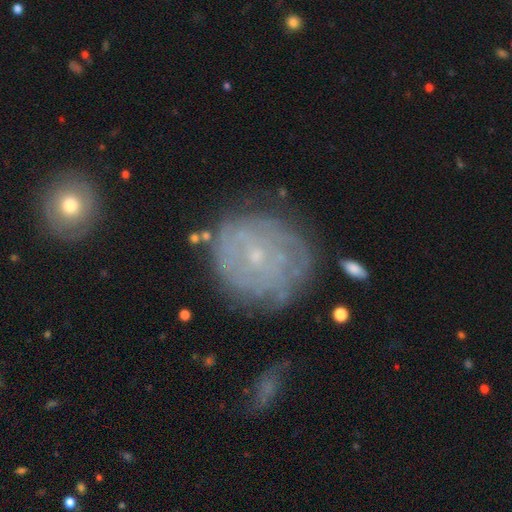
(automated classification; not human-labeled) smooth_or_featured: featured or disk (p=0.71) [alt: smooth p=0.20]
disk_edge_on: no (p=0.97) [alt: yes p=0.03]
bar: no (p=0.79) [alt: weak p=0.18]
has_spiral_arms: yes (p=0.80) [alt: no p=0.20]
spiral_winding: tight (p=0.79) [alt: medium p=0.15]
spiral_arm_count: can't tell (p=0.58) [alt: 4 p=0.10]
bulge_size: small (p=0.84) [alt: moderate p=0.11]
merging: none (p=0.71) [alt: minor disturbance p=0.18]